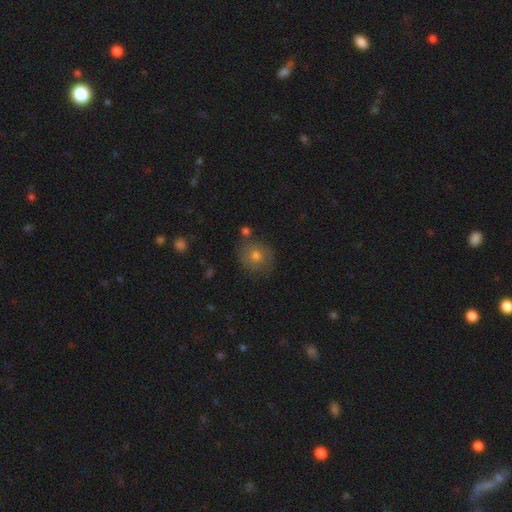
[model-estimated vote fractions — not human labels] Q: Smooth or featured?
A: smooth (67%); runner-up: featured or disk (20%)
Q: How rounded?
A: round (84%); runner-up: in between (15%)
Q: Merging?
A: none (77%); runner-up: minor disturbance (13%)